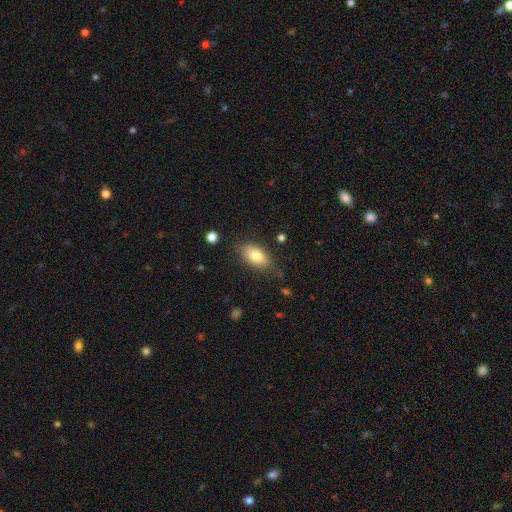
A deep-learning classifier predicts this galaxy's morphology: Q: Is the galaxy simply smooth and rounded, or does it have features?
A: smooth — 78%.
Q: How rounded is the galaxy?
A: in between — 90%.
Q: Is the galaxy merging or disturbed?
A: none — 77%.